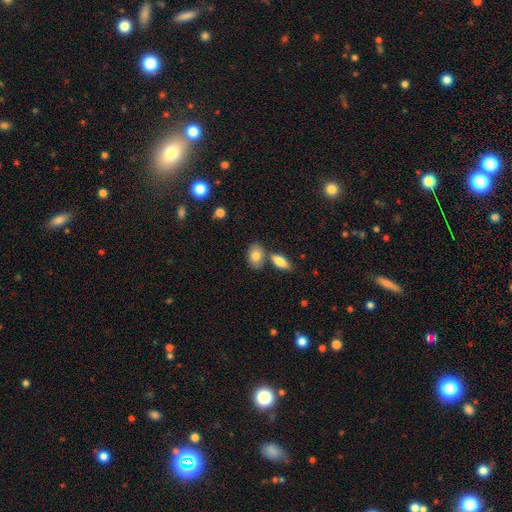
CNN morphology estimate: This appears to be a smooth galaxy with no disk features (81%) that is in between round and cigar-shaped (84%). Merging: none (63%).